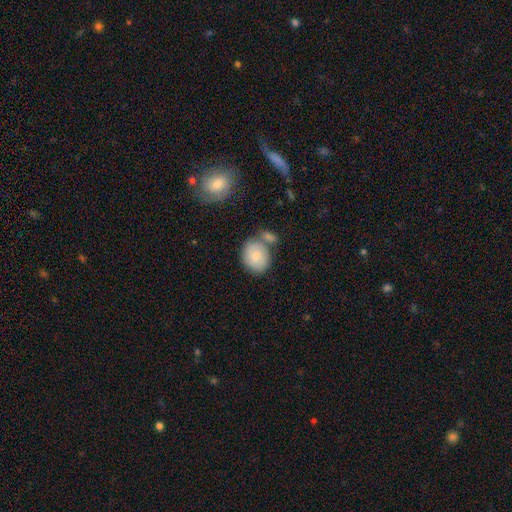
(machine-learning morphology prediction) A smooth galaxy with no disk features (80%) that is round (58%). Merging: none (50%).